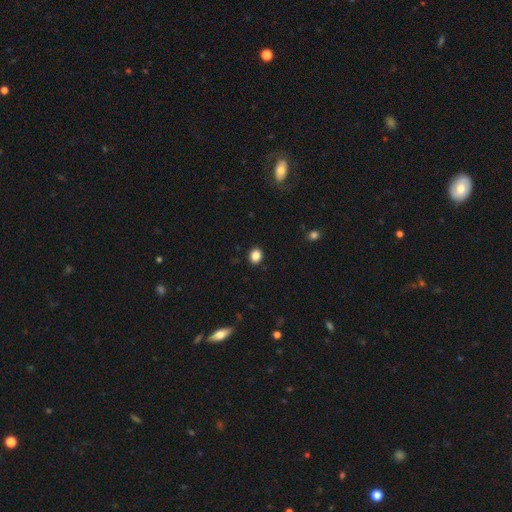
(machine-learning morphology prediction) smooth 86%, star or artifact 10%, featured or disk 4%. Down the decision tree: how rounded — round (64%); merging — none (91%).